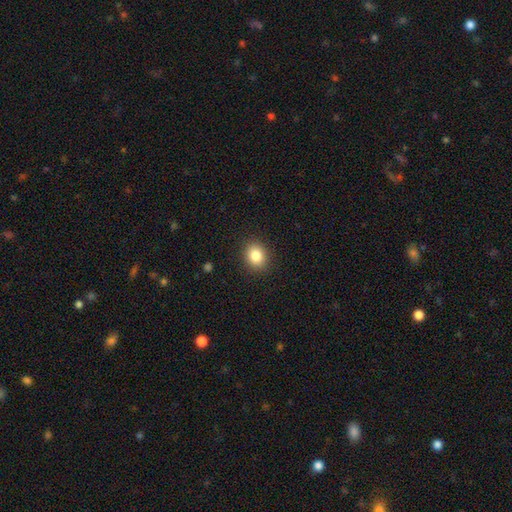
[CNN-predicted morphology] Q: Smooth or featured?
A: smooth (84%); runner-up: star or artifact (10%)
Q: How rounded?
A: round (65%); runner-up: in between (35%)
Q: Merging?
A: none (90%); runner-up: minor disturbance (7%)